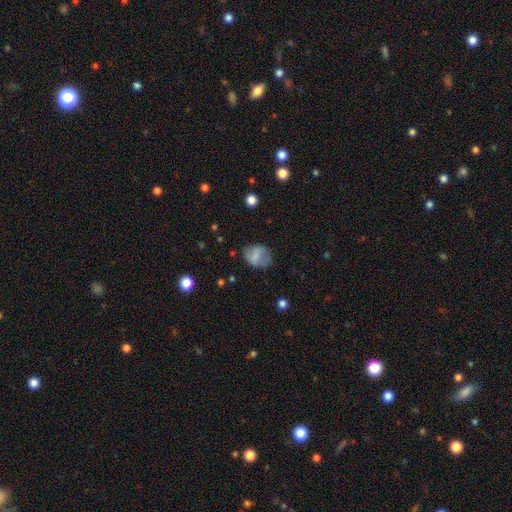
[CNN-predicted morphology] A smooth galaxy with no disk features (68%) that is in between round and cigar-shaped (58%). Merging: none (62%).